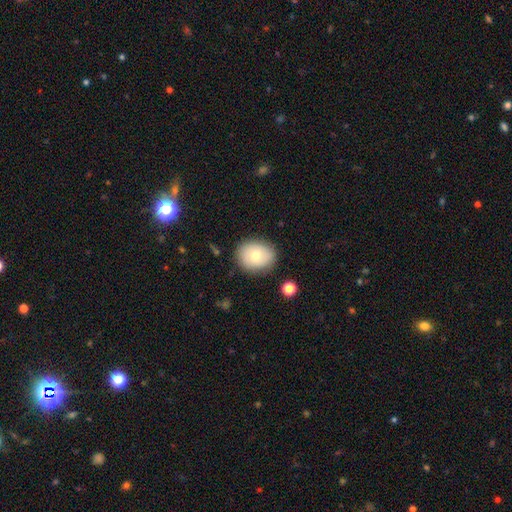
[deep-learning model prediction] smooth-or-featured: smooth: 66% | featured or disk: 26% | star or artifact: 8%
  how-rounded: round: 60% | in between: 39% | cigar-shaped: 1%
  merging: none: 83% | minor disturbance: 12% | major disturbance: 3% | merger: 2%